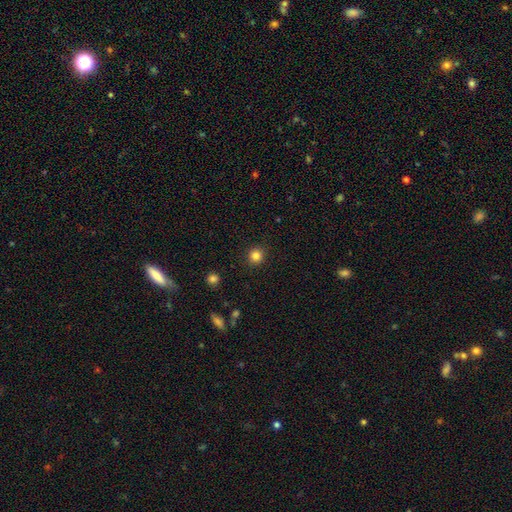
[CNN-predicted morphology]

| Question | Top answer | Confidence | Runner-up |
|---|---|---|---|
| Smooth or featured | smooth | 83% | star or artifact (12%) |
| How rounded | round | 93% | in between (6%) |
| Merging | none | 92% | minor disturbance (5%) |